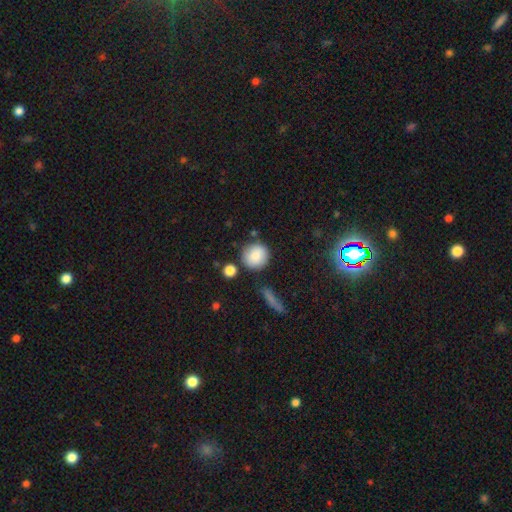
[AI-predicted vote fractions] Overall: smooth (84%). How rounded: round (90%). Merging: none (75%).